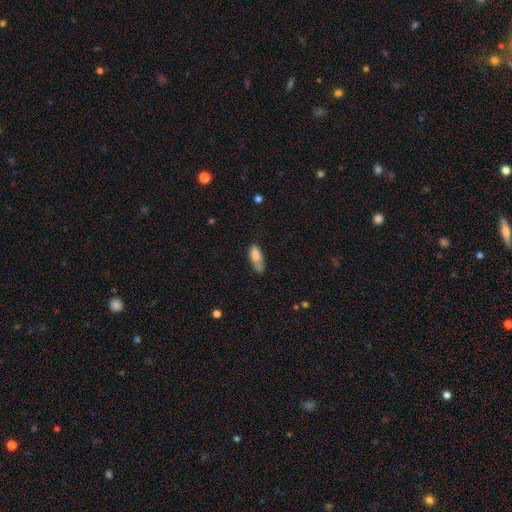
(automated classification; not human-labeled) Morphology: type=smooth (78%); roundness=in between (73%); merging=none (41%).